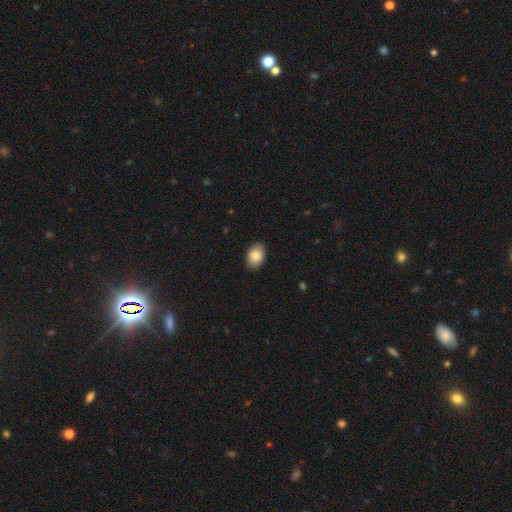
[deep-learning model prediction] This appears to be a smooth galaxy with no disk features (86%) that is in between round and cigar-shaped (83%). Merging: none (89%).